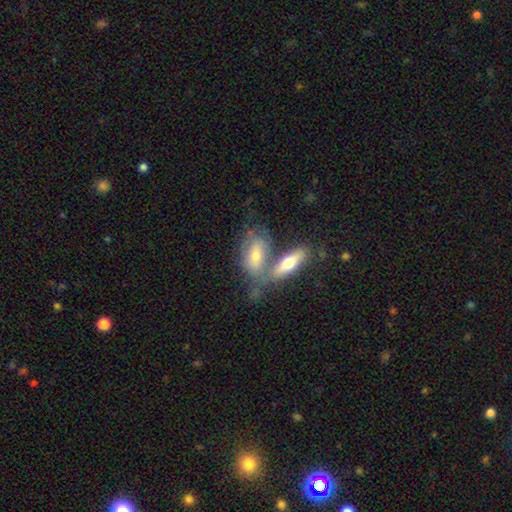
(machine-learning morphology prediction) The model was most divided on "merging": merger: 48%, none: 34%, minor disturbance: 12%, major disturbance: 6%. More confident: how rounded — in between (75%); smooth or featured — smooth (55%).